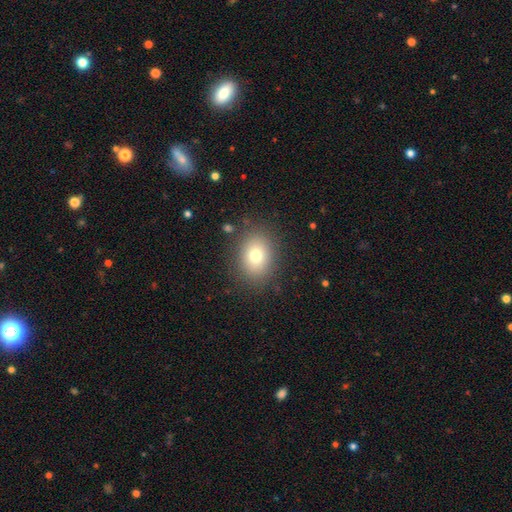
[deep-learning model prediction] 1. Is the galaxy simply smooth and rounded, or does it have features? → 75% smooth, 13% star or artifact, 13% featured or disk.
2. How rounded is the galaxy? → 54% in between, 45% round, 1% cigar-shaped.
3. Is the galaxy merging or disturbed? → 85% none, 9% minor disturbance, 4% major disturbance, 1% merger.